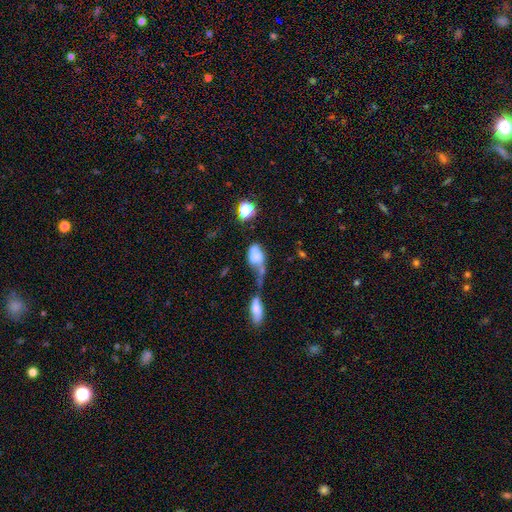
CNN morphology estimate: Smooth or featured?
  - smooth: 59% *
  - featured or disk: 30%
  - star or artifact: 11%
How rounded?
  - in between: 81% *
  - round: 15%
  - cigar-shaped: 4%
Merging?
  - merger: 56% *
  - major disturbance: 22%
  - none: 11%
  - minor disturbance: 10%